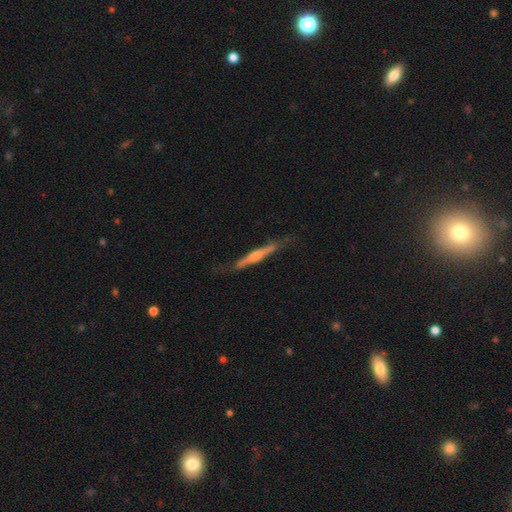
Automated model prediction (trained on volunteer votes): Smooth or featured: featured or disk — 60% (smooth — 35%)
Edge-on disk: yes — 94% (no — 6%)
Edge-on bulge: rounded — 55% (none — 26%)
Merging: none — 71% (minor disturbance — 21%)